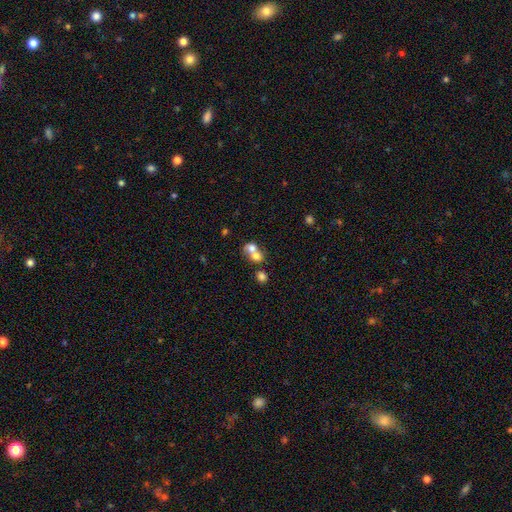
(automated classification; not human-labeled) A smooth galaxy with no disk features (70%) that is round (65%).

Vote fractions:
- Smooth or featured? smooth: 70% / featured or disk: 20% / star or artifact: 11%
- How rounded? round: 65% / in between: 34% / cigar-shaped: 1%
- Merging? merger: 70% / none: 22% / minor disturbance: 5% / major disturbance: 3%